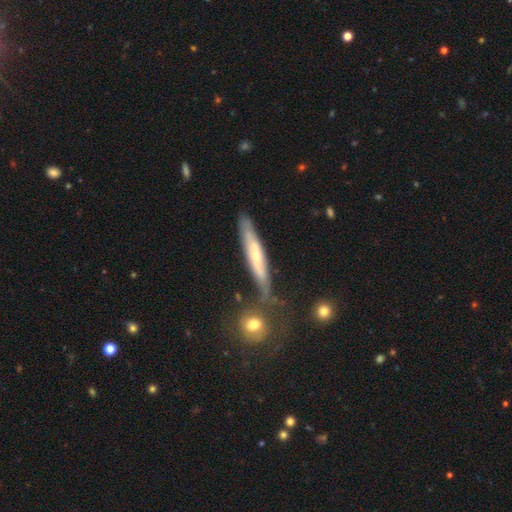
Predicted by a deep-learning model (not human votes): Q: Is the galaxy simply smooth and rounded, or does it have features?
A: featured or disk — 57%.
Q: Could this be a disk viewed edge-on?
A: yes — 72%.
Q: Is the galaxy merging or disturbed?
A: none — 67%.